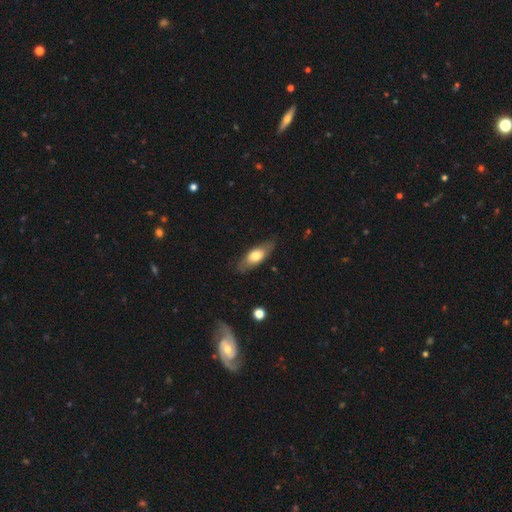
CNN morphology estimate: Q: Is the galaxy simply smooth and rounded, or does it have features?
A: smooth — 63%.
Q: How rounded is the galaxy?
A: in between — 70%.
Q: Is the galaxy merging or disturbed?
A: none — 81%.